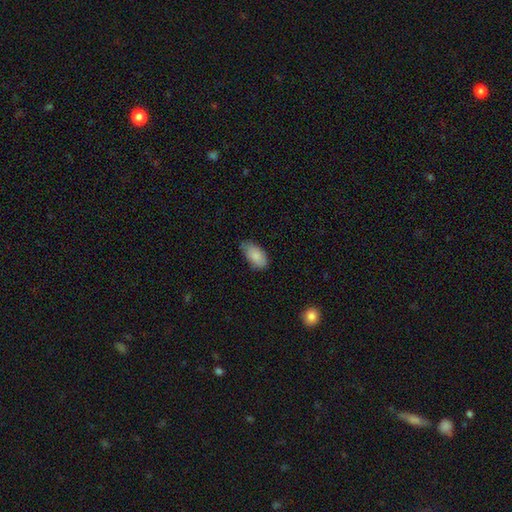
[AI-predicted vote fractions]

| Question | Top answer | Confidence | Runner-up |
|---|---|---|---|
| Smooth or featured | smooth | 87% | featured or disk (7%) |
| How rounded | in between | 94% | cigar-shaped (3%) |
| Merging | none | 64% | minor disturbance (30%) |